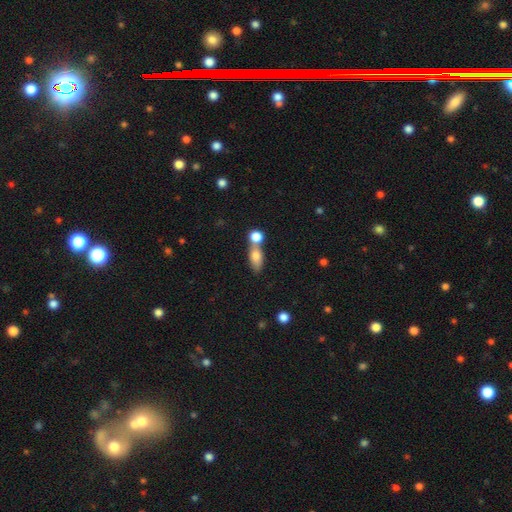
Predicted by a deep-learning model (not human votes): smooth_or_featured: smooth (p=0.77) [alt: featured or disk p=0.14]
how_rounded: in between (p=0.71) [alt: cigar-shaped p=0.16]
merging: merger (p=0.49) [alt: none p=0.37]